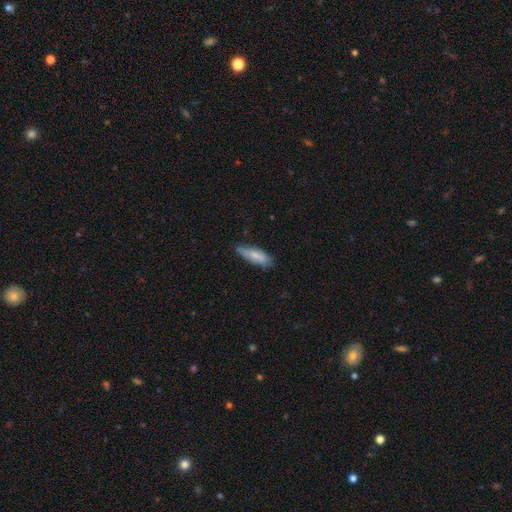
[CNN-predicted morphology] Overall: smooth (71%). How rounded: in between (51%; cigar-shaped 48%). Merging: none (63%; minor disturbance 30%).